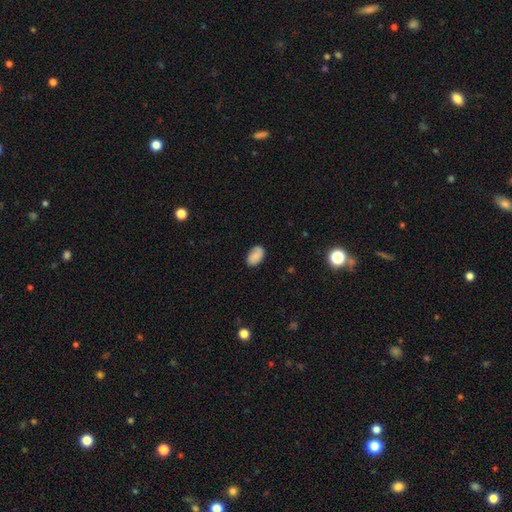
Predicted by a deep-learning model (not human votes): smooth-or-featured: smooth: 73% | featured or disk: 17% | star or artifact: 9%
  how-rounded: in between: 88% | round: 10% | cigar-shaped: 1%
  merging: none: 75% | minor disturbance: 18% | major disturbance: 5% | merger: 2%